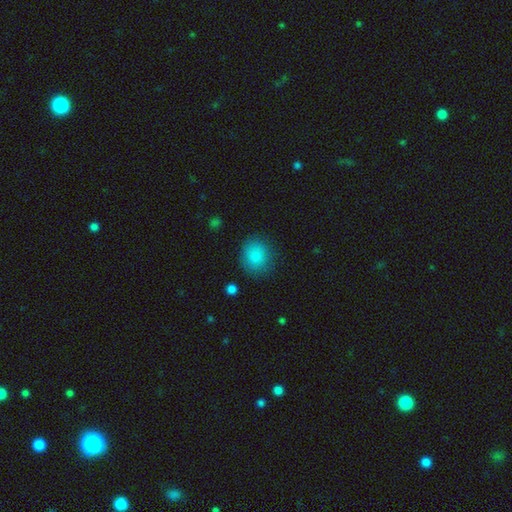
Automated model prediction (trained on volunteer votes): A smooth galaxy with no disk features (86%) that is round (73%). Merging: none (81%).